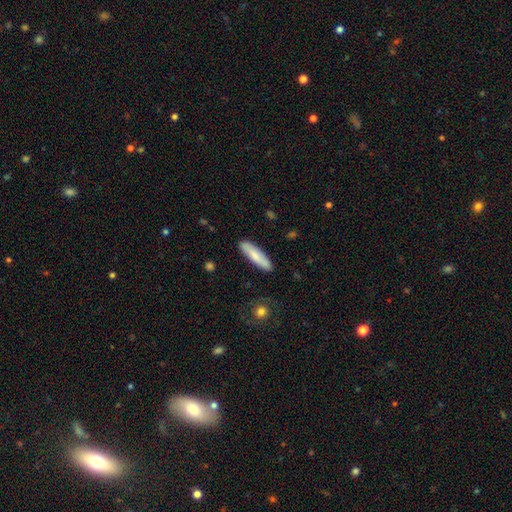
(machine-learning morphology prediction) smooth_or_featured: smooth (p=0.77) [alt: featured or disk p=0.18]
how_rounded: cigar-shaped (p=0.76) [alt: in between p=0.23]
merging: none (p=0.87) [alt: minor disturbance p=0.10]